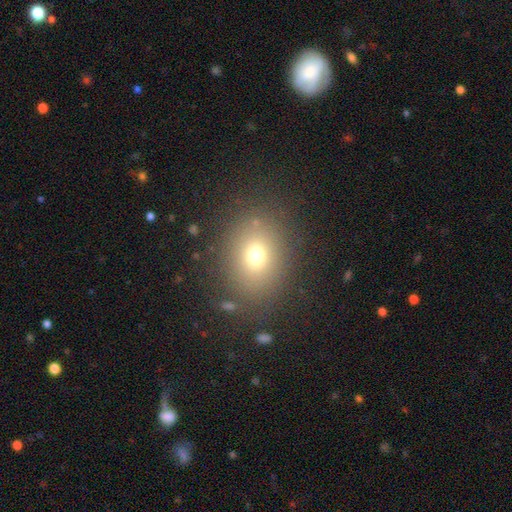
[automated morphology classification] Smooth or featured? smooth (71%)
How rounded? round (51%)
Merging? none (83%)